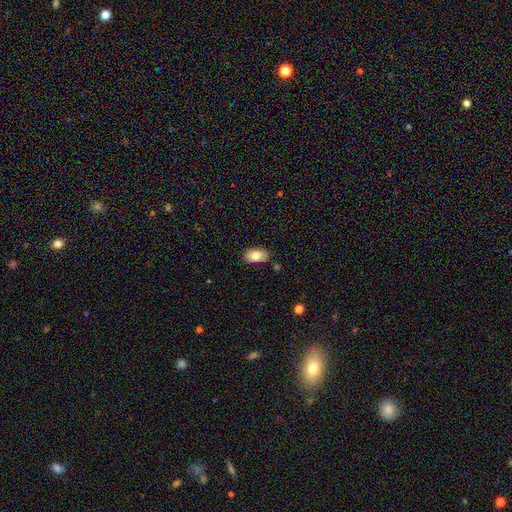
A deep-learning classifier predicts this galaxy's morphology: This is clearly a smooth galaxy (82%). How rounded: clearly in between (92%). Merging: clearly none (83%).